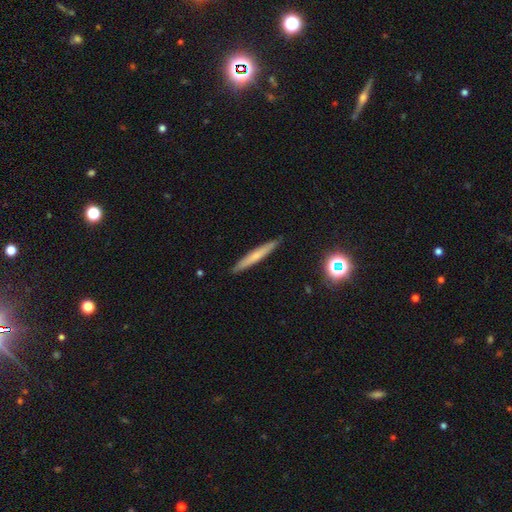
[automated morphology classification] type=smooth (57%); roundness=cigar-shaped (95%); merging=none (91%).